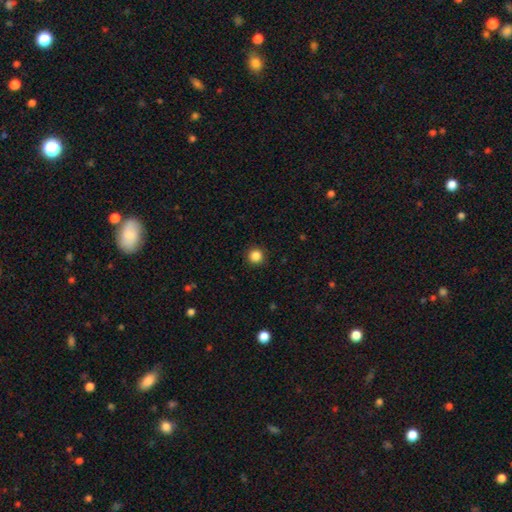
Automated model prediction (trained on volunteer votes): Smooth or featured? Predicted: smooth (p=0.86). How rounded? Predicted: round (p=0.95). Merging? Predicted: none (p=0.92).